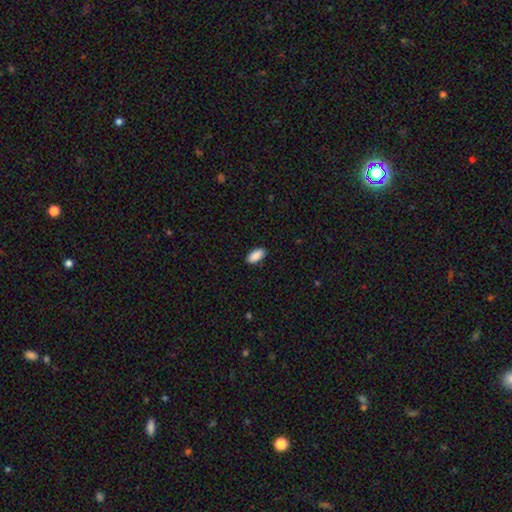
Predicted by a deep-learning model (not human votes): A smooth galaxy with no disk features (91%) that is in between round and cigar-shaped (92%).

Vote fractions:
- Smooth or featured? smooth: 91% / star or artifact: 6% / featured or disk: 3%
- How rounded? in between: 92% / cigar-shaped: 6% / round: 2%
- Merging? none: 90% / minor disturbance: 7% / major disturbance: 2% / merger: 1%